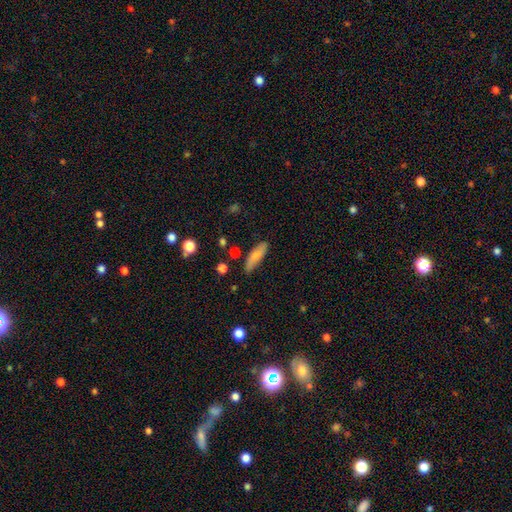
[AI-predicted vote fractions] This is likely a smooth galaxy (73%). How rounded: possibly in between (50%). Merging: likely none (78%).